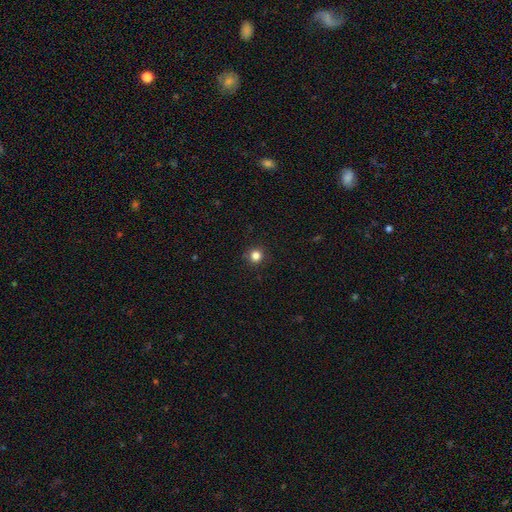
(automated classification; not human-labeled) Smooth or featured? Predicted: smooth (p=0.83). How rounded? Predicted: round (p=0.94). Merging? Predicted: none (p=0.91).